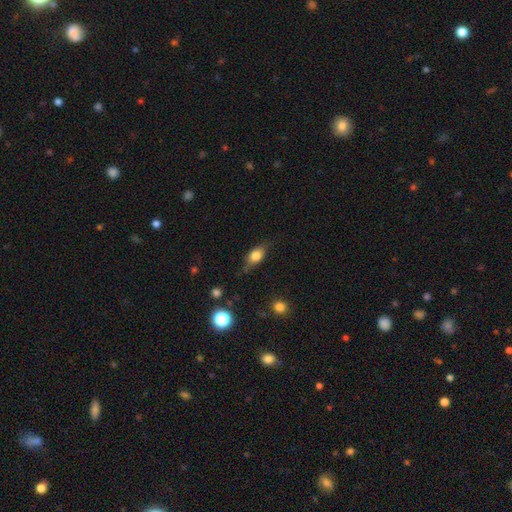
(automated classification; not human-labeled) Overall: smooth (71%). How rounded: in between (77%). Merging: none (66%).